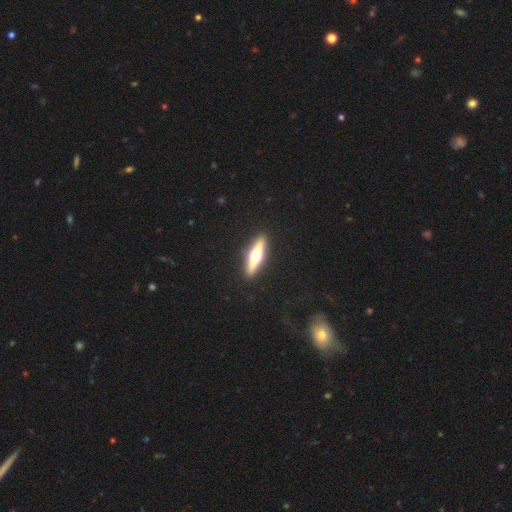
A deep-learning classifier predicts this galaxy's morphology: smooth-or-featured: featured or disk: 64% | smooth: 31% | star or artifact: 5%
  disk-edge-on: yes: 96% | no: 4%
    edge-on-bulge: rounded: 96% | boxy: 2% | none: 2%
  merging: none: 92% | minor disturbance: 6% | major disturbance: 2% | merger: 1%